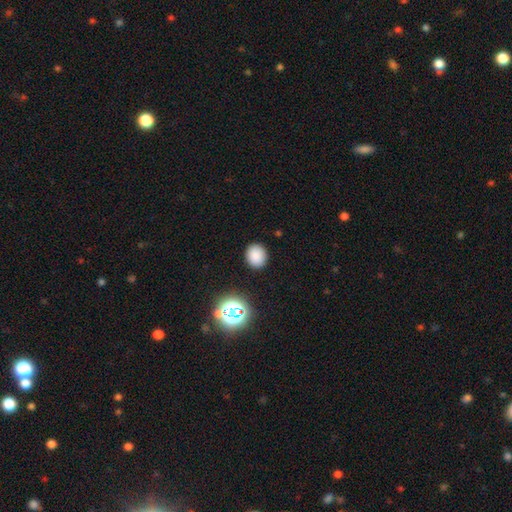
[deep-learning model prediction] A smooth galaxy with no disk features (83%) that is round (70%). Merging: none (89%).